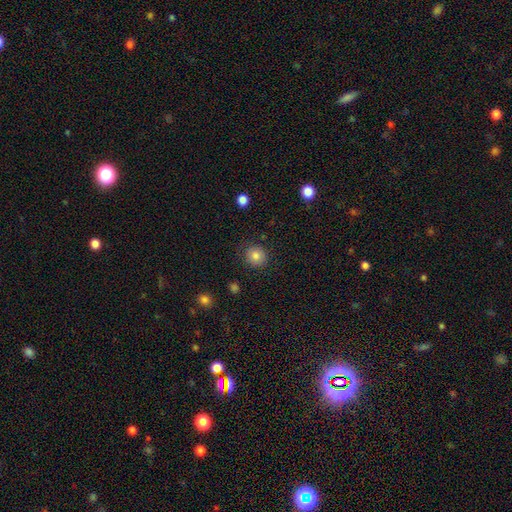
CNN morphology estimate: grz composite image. It shows a smooth galaxy with no disk features (83%) that is round (87%). Merging: none (86%).